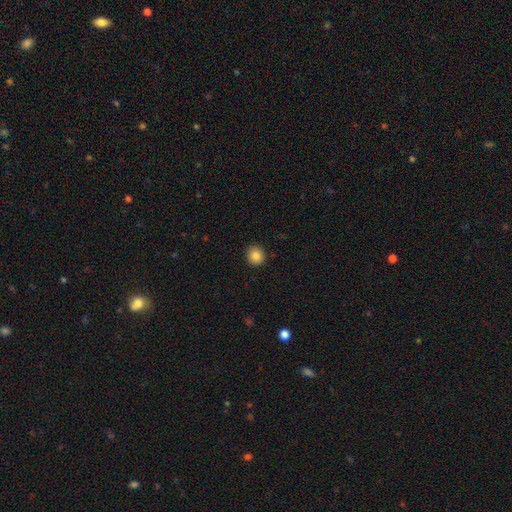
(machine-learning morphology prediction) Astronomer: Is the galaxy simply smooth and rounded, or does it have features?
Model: smooth — 85%.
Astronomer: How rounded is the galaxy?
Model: round — 89%.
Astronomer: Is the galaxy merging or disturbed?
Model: none — 92%.